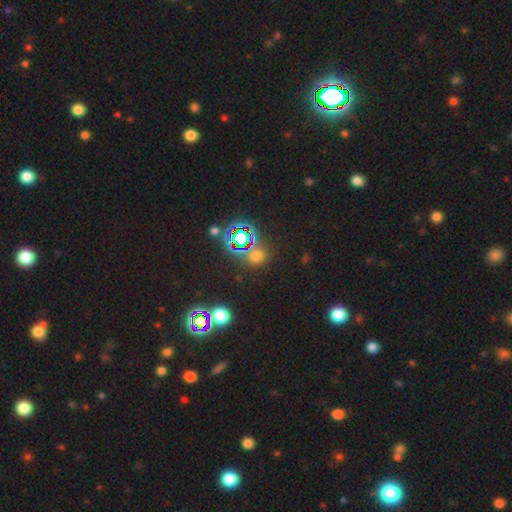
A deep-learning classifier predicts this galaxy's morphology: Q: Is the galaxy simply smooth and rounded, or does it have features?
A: star or artifact — 49%.